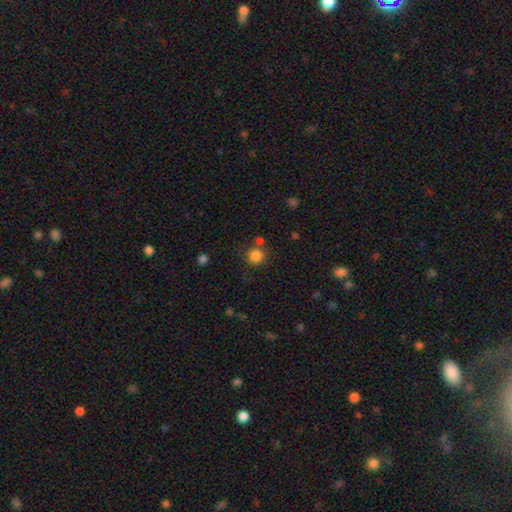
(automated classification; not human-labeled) smooth 84%, star or artifact 12%, featured or disk 5%. Down the decision tree: how rounded — round (91%); merging — none (71%).